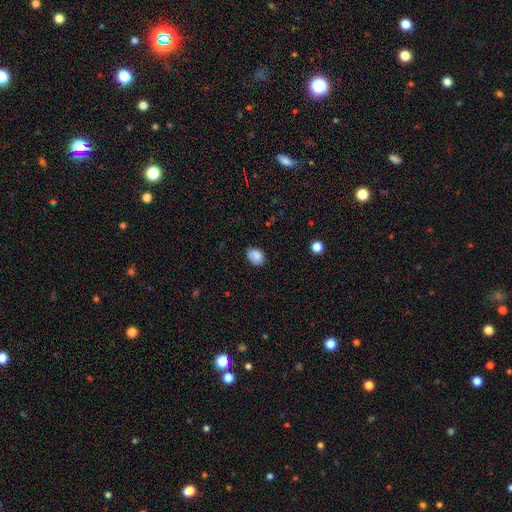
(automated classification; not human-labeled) A smooth galaxy with no disk features (84%) that is in between round and cigar-shaped (62%). Merging: none (75%).